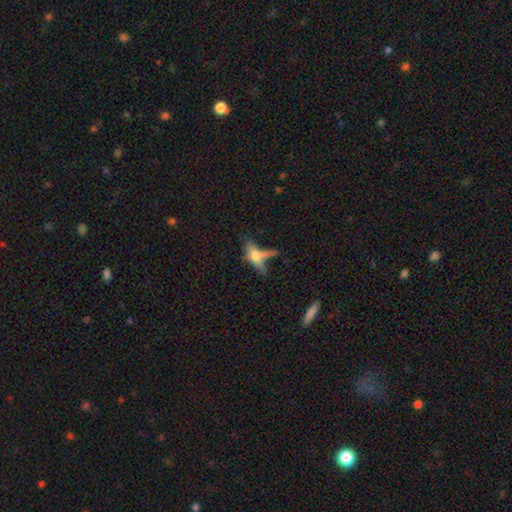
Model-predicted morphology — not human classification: This appears to be a smooth galaxy with no disk features (49%). Merging: none (41%).